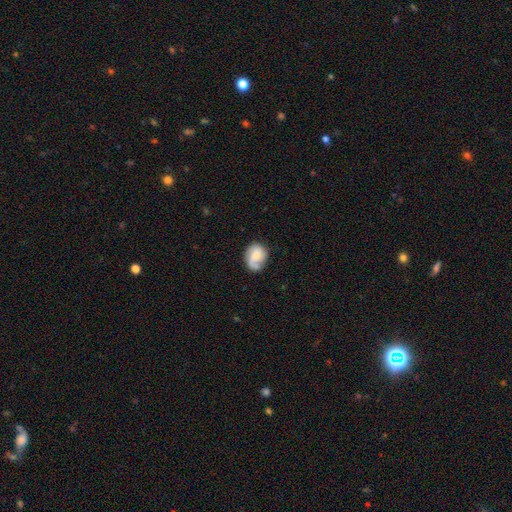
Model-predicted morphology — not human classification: featured or disk 51%, smooth 42%, star or artifact 7%. Down the decision tree: edge-on disk — no (97%); merging — none (58%).